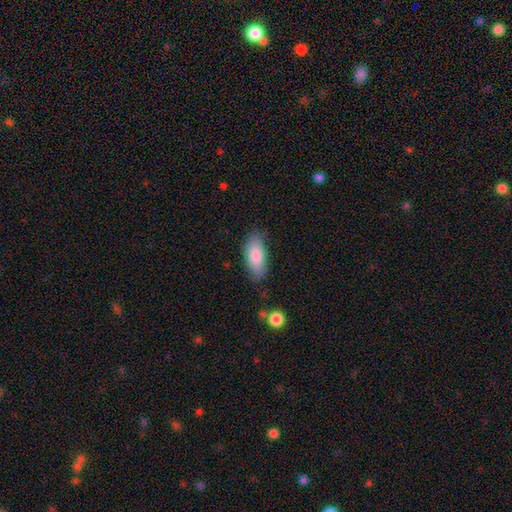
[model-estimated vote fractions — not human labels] Smooth or featured? smooth (83%)
How rounded? in between (84%)
Merging? none (78%)